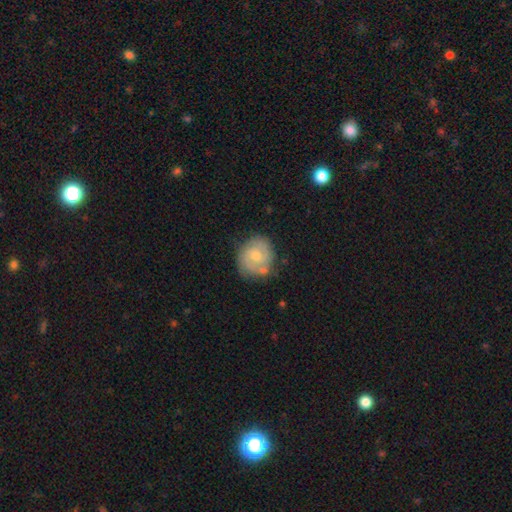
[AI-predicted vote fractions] Morphology: type=featured or disk (67%); edge-on=no (98%); bar=no (66%); spiral arms=yes (89%); winding=tight (56%); arm count=2 (62%); bulge=small (50%); merging=none (68%).